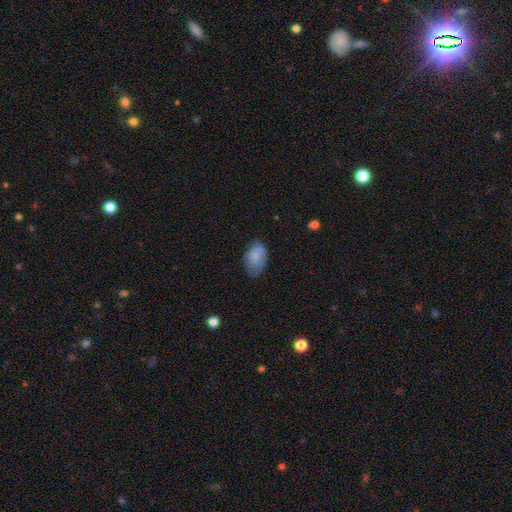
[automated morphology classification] type=smooth (72%); roundness=in between (91%); merging=none (57%).